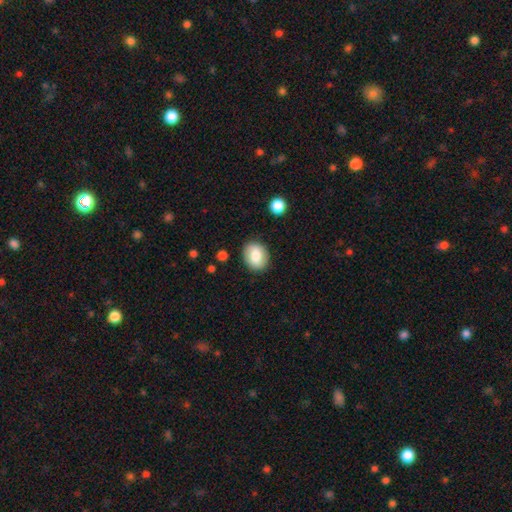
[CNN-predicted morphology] Q: Smooth or featured?
A: smooth (78%); runner-up: featured or disk (14%)
Q: How rounded?
A: round (51%); runner-up: in between (49%)
Q: Merging?
A: none (87%); runner-up: minor disturbance (9%)